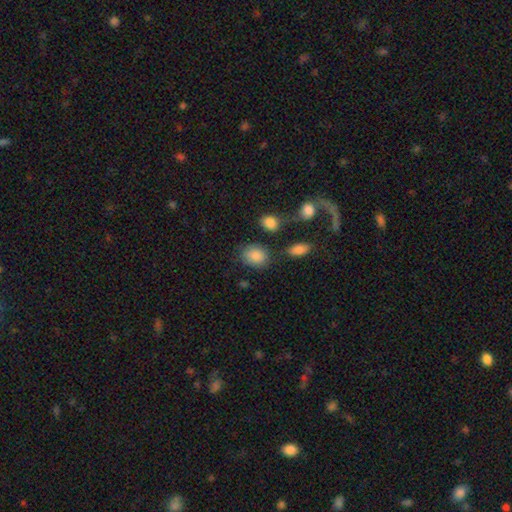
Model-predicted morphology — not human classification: smooth-or-featured: smooth: 86% | star or artifact: 8% | featured or disk: 6%
  how-rounded: in between: 61% | round: 37% | cigar-shaped: 1%
  merging: none: 73% | minor disturbance: 15% | merger: 7% | major disturbance: 5%